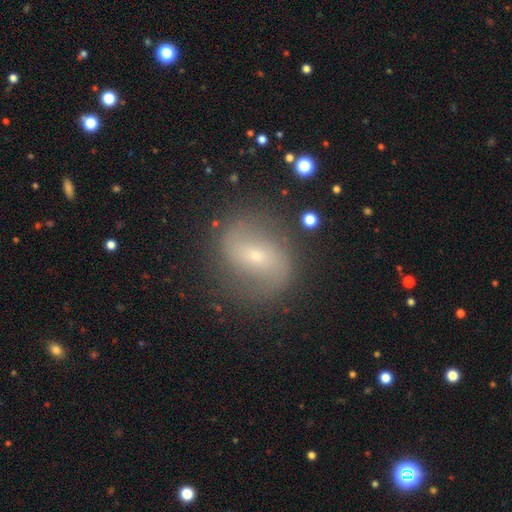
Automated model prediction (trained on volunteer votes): Smooth or featured? Predicted: featured or disk (p=0.67). Edge-on disk? Predicted: no (p=0.96). Bar? Predicted: weak (p=0.43). Spiral arms? Predicted: yes (p=0.84). Spiral winding? Predicted: loose (p=0.50). Spiral arm count? Predicted: 2 (p=0.89). Bulge size? Predicted: small (p=0.69). Merging? Predicted: none (p=0.80).